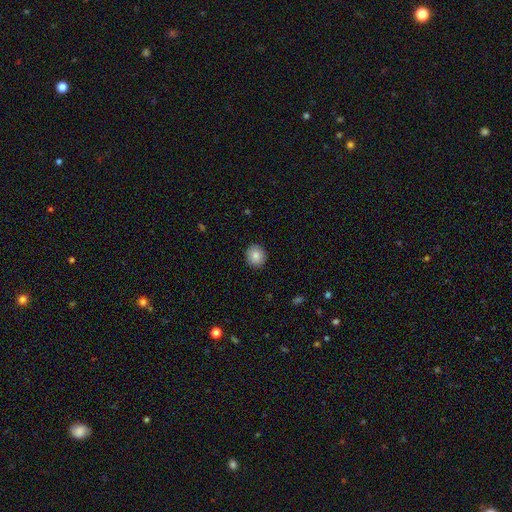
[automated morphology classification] This is clearly a smooth galaxy (84%). How rounded: clearly round (88%). Merging: clearly none (91%).